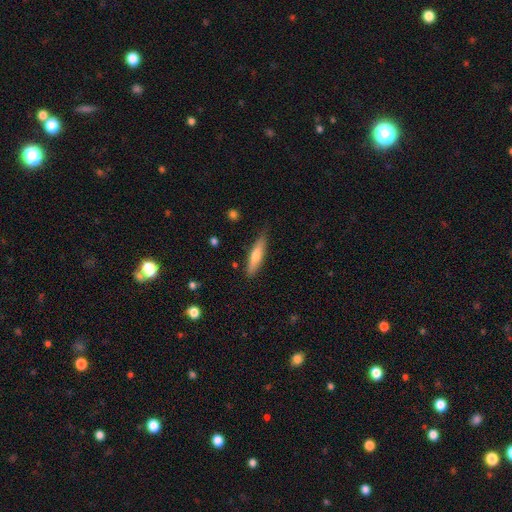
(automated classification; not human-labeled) Smooth or featured? Predicted: smooth (p=0.61). How rounded? Predicted: cigar-shaped (p=0.77). Merging? Predicted: none (p=0.83).